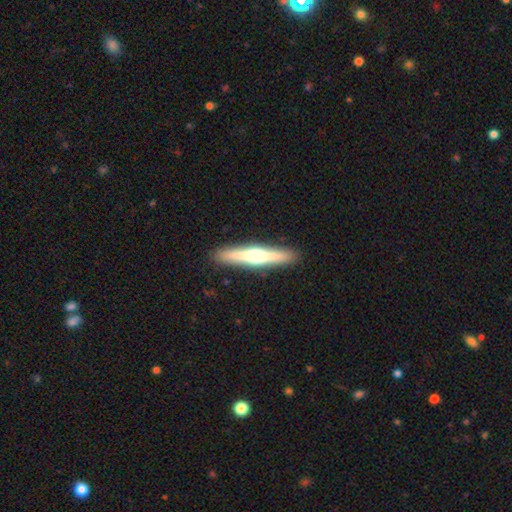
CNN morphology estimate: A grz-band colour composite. It shows a featured or disk galaxy (63%) viewed edge-on (96%) with a rounded central bulge (94%). Merging: none (91%).